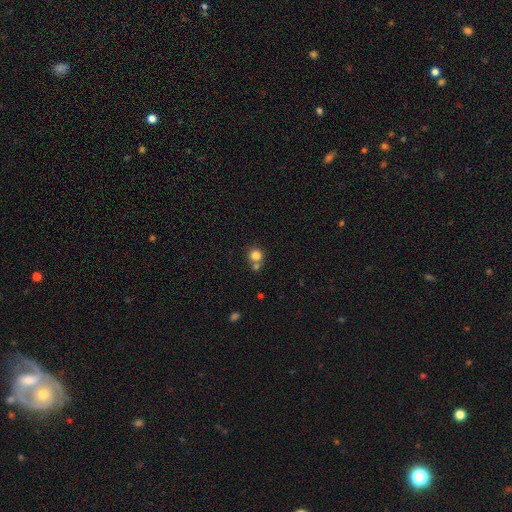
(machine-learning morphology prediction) smooth-or-featured: smooth: 81% | star or artifact: 11% | featured or disk: 8%
  how-rounded: round: 89% | in between: 10% | cigar-shaped: 1%
  merging: none: 55% | merger: 32% | minor disturbance: 9% | major disturbance: 4%